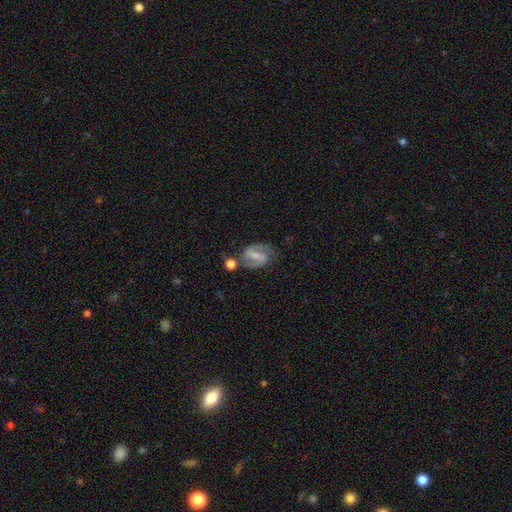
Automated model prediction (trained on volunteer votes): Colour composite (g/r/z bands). It shows a featured or disk galaxy (70%) with a strong bar (56%), 2 (86%) medium (49%) spiral arms (83%) and a small central bulge (48%). Merging: none (63%).